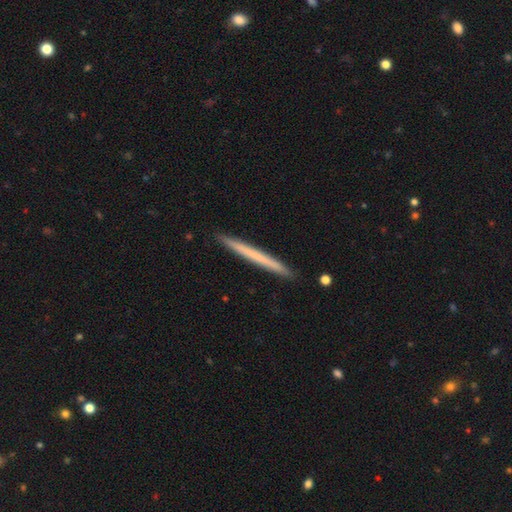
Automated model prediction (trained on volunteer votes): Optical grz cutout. It shows a smooth galaxy with no disk features (57%) that is cigar-shaped (98%). Merging: none (93%).